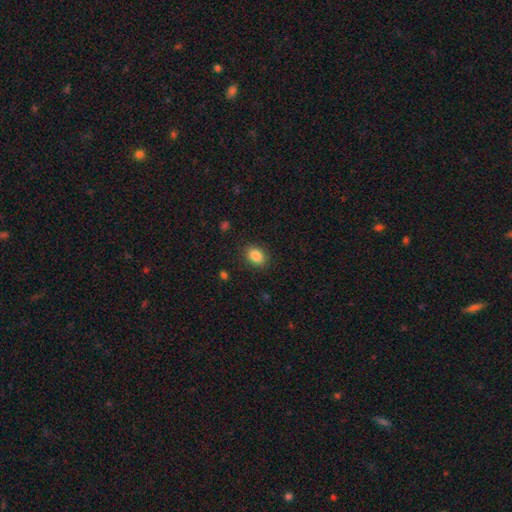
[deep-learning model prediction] smooth-or-featured: smooth: 87% | star or artifact: 9% | featured or disk: 5%
  how-rounded: in between: 67% | round: 32% | cigar-shaped: 1%
  merging: none: 87% | minor disturbance: 9% | major disturbance: 3% | merger: 1%